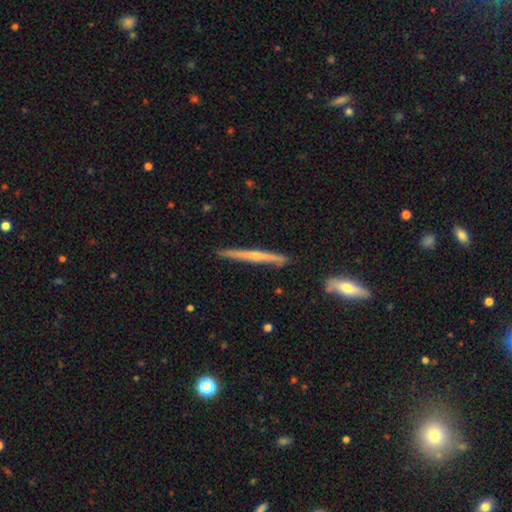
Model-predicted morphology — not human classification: Smooth or featured: featured or disk — 60% (smooth — 34%)
Edge-on disk: yes — 96% (no — 4%)
Edge-on bulge: rounded — 55% (none — 40%)
Merging: none — 85% (minor disturbance — 11%)